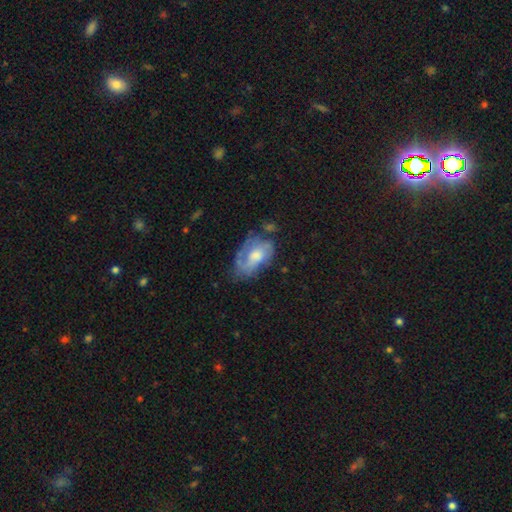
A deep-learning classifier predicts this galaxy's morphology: This appears to be a featured or disk galaxy (56%) with no bar (69%), spiral arms (64%) and a moderate central bulge (56%). Merging: none (45%).